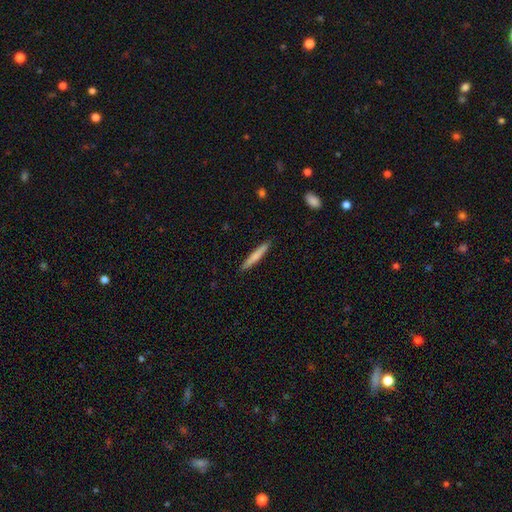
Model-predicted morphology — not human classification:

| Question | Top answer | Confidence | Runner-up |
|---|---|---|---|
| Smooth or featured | smooth | 73% | featured or disk (22%) |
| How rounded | cigar-shaped | 95% | in between (4%) |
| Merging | none | 91% | minor disturbance (7%) |